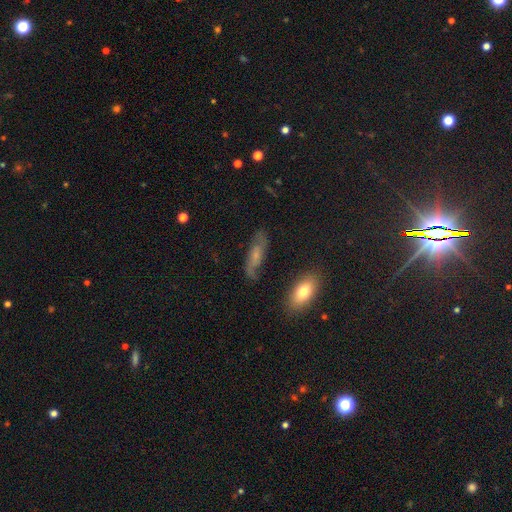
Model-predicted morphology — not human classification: smooth_or_featured: featured or disk (p=0.54) [alt: smooth p=0.34]
disk_edge_on: no (p=0.79) [alt: yes p=0.21]
merging: none (p=0.74) [alt: minor disturbance p=0.17]